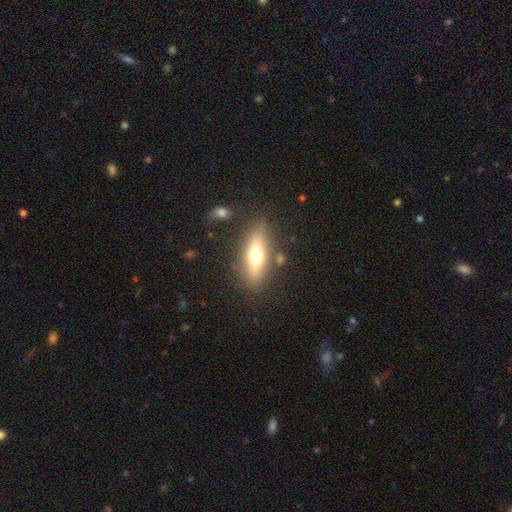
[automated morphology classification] Smooth or featured? Predicted: smooth (p=0.56). How rounded? Predicted: in between (p=0.55). Merging? Predicted: none (p=0.80).